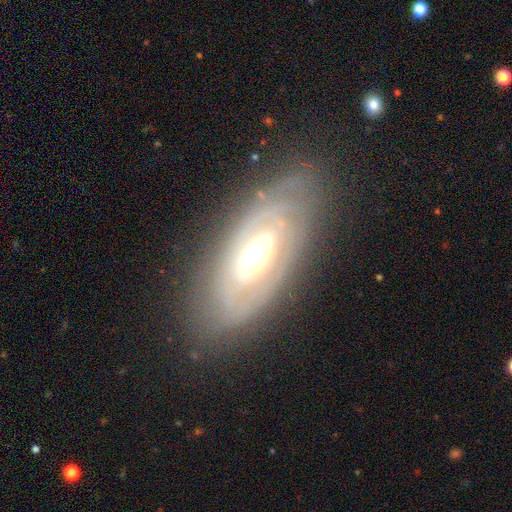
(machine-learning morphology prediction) A featured or disk galaxy (74%) with no bar (63%), no spiral arms (58%) and a moderate central bulge (53%).

Vote fractions:
- Smooth or featured? featured or disk: 74% / smooth: 20% / star or artifact: 6%
- Edge-on disk? no: 86% / yes: 14%
- Bar? no: 63% / weak: 21% / strong: 16%
- Spiral arms? no: 58% / yes: 42%
- Bulge size? moderate: 53% / large: 35% / small: 6% / dominant: 5% / none: 1%
- Merging? none: 75% / minor disturbance: 16% / major disturbance: 8% / merger: 2%